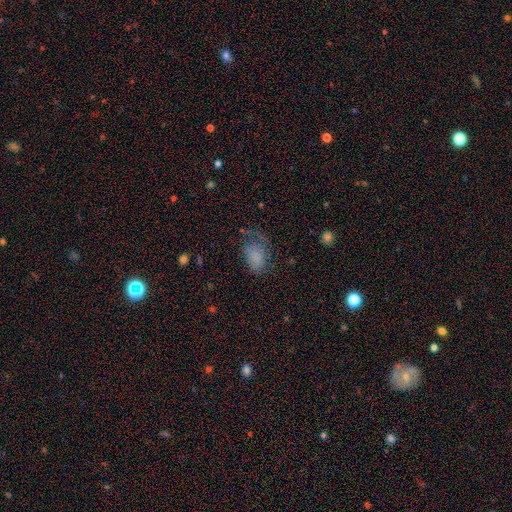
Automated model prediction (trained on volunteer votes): smooth_or_featured: smooth (p=0.66) [alt: featured or disk p=0.22]
how_rounded: in between (p=0.84) [alt: round p=0.14]
merging: major disturbance (p=0.37) [alt: none p=0.34]